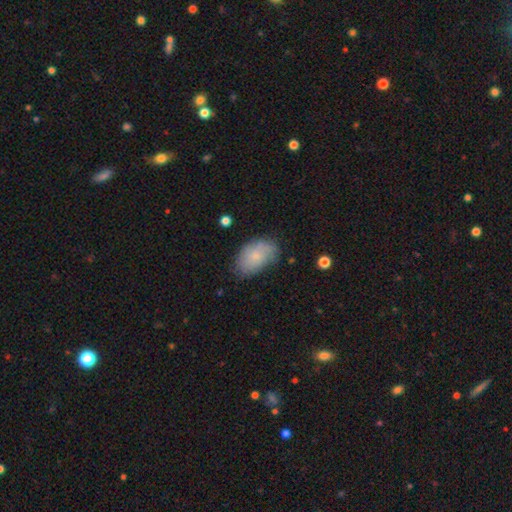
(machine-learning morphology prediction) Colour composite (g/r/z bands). It shows a smooth galaxy with no disk features (68%) that is in between round and cigar-shaped (90%). Merging: none (65%).